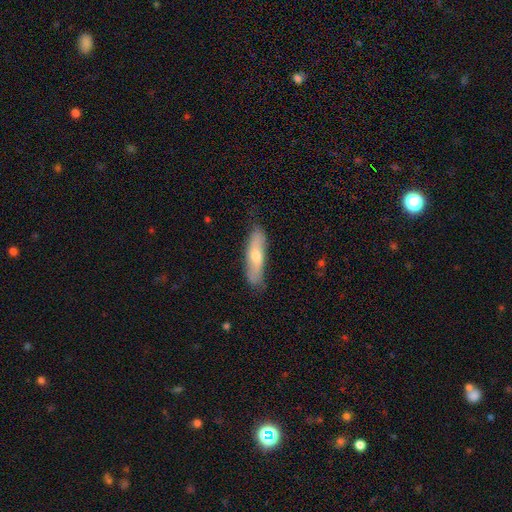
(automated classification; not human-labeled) Smooth or featured? Predicted: smooth (p=0.58). How rounded? Predicted: cigar-shaped (p=0.63). Merging? Predicted: none (p=0.76).